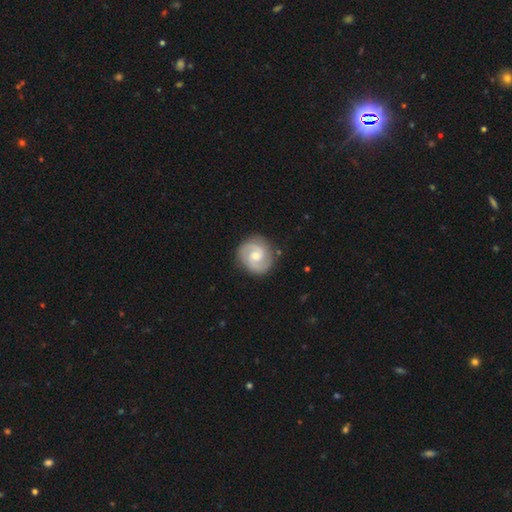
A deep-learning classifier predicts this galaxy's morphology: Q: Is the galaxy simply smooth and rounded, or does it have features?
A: featured or disk — 85%.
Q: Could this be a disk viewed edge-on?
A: no — 98%.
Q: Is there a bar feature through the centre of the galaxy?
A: no — 49%.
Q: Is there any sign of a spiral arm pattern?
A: yes — 97%.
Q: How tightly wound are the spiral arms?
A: tight — 46%.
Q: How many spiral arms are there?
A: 2 — 91%.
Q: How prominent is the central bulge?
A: moderate — 58%.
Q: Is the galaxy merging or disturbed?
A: none — 87%.